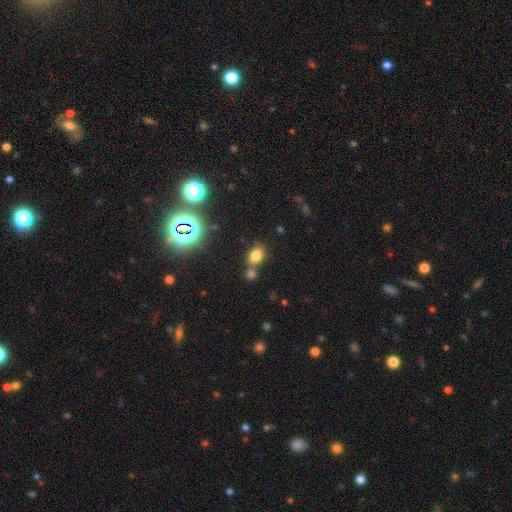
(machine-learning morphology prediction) type=smooth (75%); roundness=in between (65%); merging=none (59%).